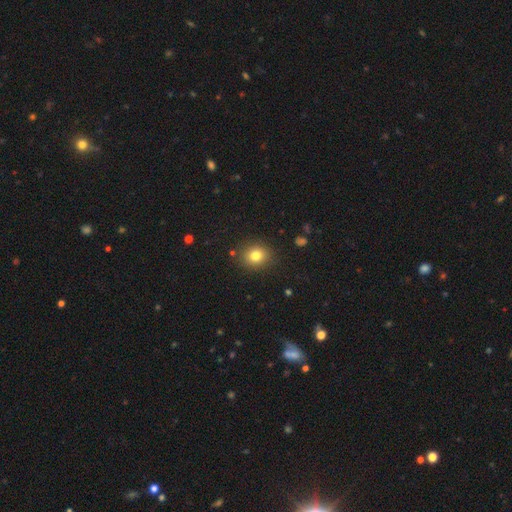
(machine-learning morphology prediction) Smooth or featured? smooth (79%)
How rounded? round (73%)
Merging? none (88%)